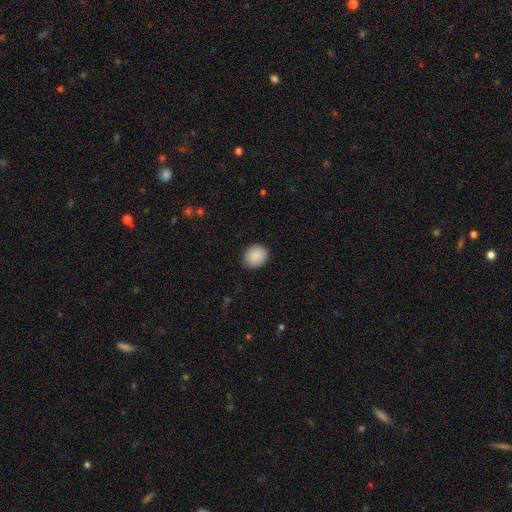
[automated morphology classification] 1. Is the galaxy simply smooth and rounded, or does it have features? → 90% smooth, 7% star or artifact, 3% featured or disk.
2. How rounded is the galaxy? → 71% round, 28% in between, 1% cigar-shaped.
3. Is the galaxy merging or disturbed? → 88% none, 9% minor disturbance, 2% major disturbance, 1% merger.